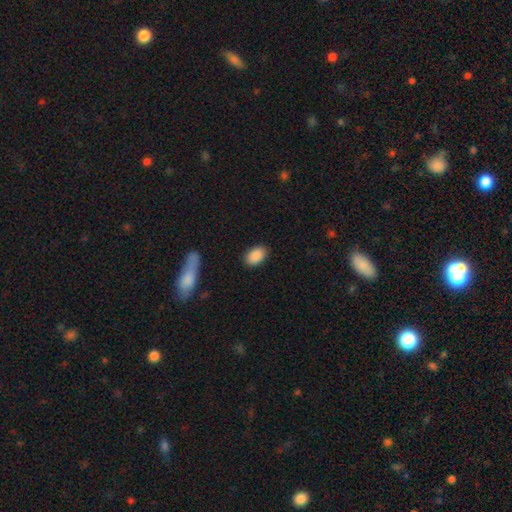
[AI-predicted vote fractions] smooth_or_featured: smooth (p=0.89) [alt: star or artifact p=0.07]
how_rounded: in between (p=0.90) [alt: round p=0.09]
merging: none (p=0.87) [alt: minor disturbance p=0.09]